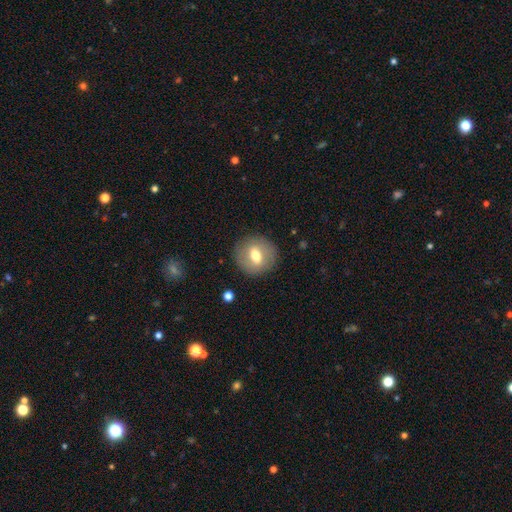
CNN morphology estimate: smooth 59%, featured or disk 33%, star or artifact 8%. Down the decision tree: how rounded — round (80%); merging — none (86%).